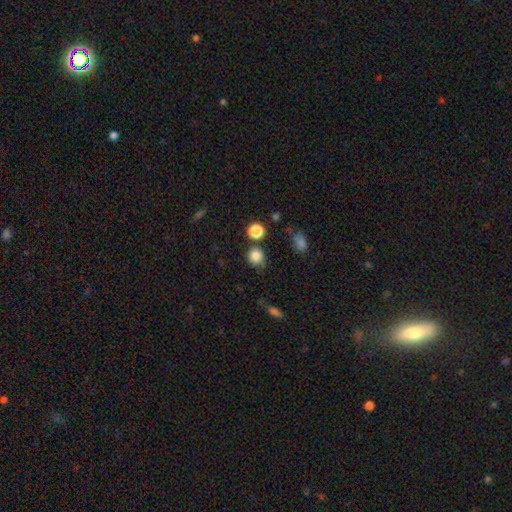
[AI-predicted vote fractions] This appears to be a smooth galaxy with no disk features (83%) that is round (87%). Merging: none (76%).